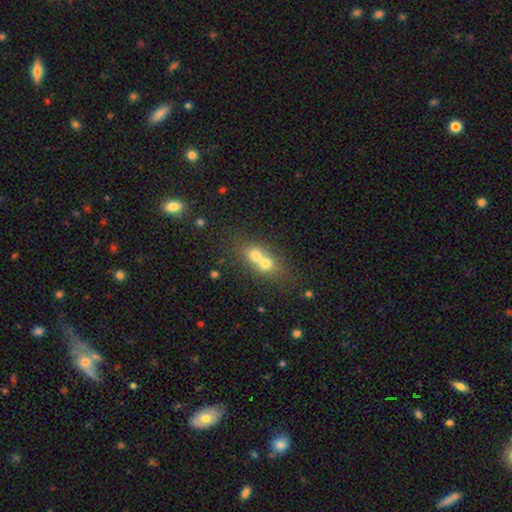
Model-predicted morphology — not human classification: Q: Smooth or featured?
A: smooth (63%); runner-up: featured or disk (25%)
Q: How rounded?
A: round (48%); runner-up: in between (47%)
Q: Merging?
A: merger (72%); runner-up: none (20%)